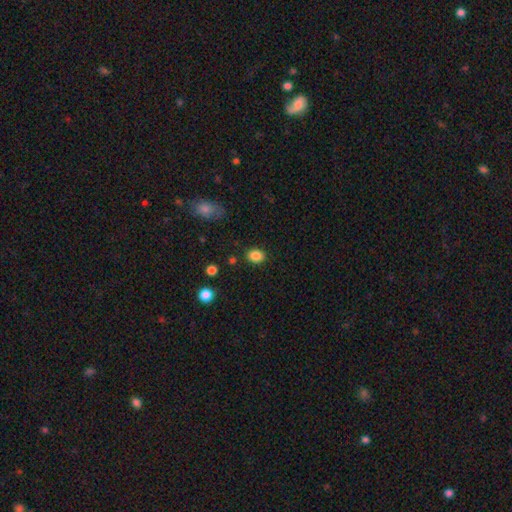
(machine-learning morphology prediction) This is clearly a smooth galaxy (85%). How rounded: likely in between (60%). Merging: clearly none (86%).